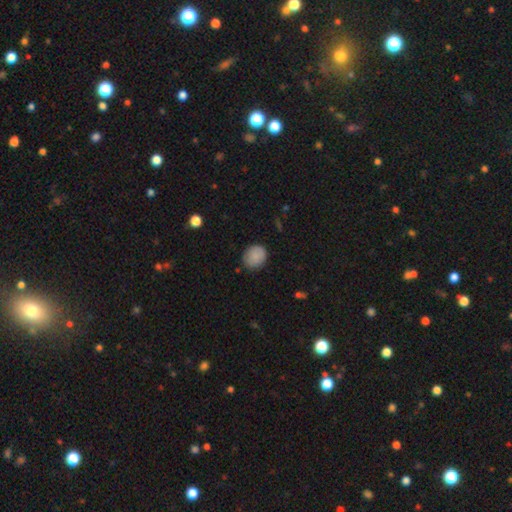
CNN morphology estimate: type=smooth (86%); roundness=round (68%); merging=none (81%).